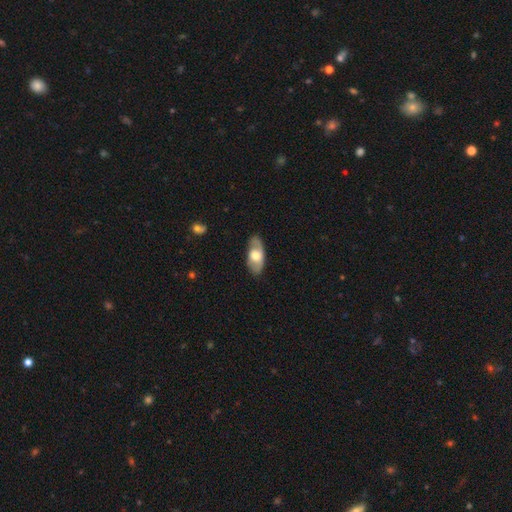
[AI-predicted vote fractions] Smooth or featured? Predicted: smooth (p=0.51). How rounded? Predicted: in between (p=0.89). Merging? Predicted: none (p=0.76).